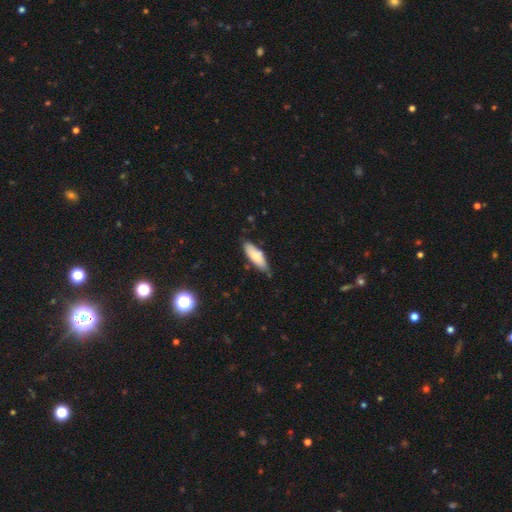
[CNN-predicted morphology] Smooth or featured? Predicted: smooth (p=0.80). How rounded? Predicted: in between (p=0.56). Merging? Predicted: none (p=0.73).